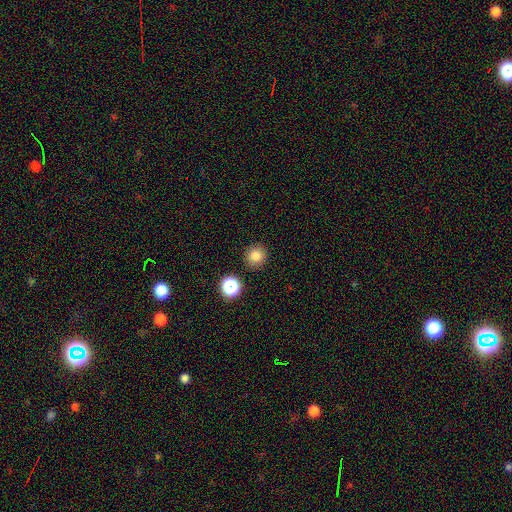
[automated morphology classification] Smooth or featured?
  - smooth: 81% *
  - star or artifact: 14%
  - featured or disk: 5%
How rounded?
  - round: 94% *
  - in between: 5%
  - cigar-shaped: 1%
Merging?
  - none: 89% *
  - minor disturbance: 6%
  - merger: 3%
  - major disturbance: 2%